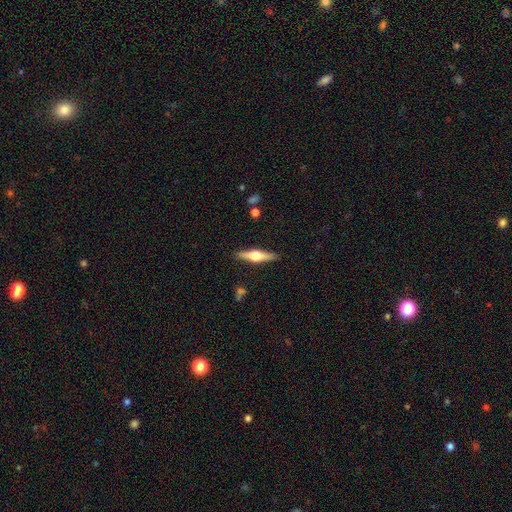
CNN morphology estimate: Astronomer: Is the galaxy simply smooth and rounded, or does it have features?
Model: featured or disk — 63%.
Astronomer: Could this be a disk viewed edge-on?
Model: yes — 96%.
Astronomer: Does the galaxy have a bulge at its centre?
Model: rounded — 94%.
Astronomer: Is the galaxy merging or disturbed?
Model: none — 89%.